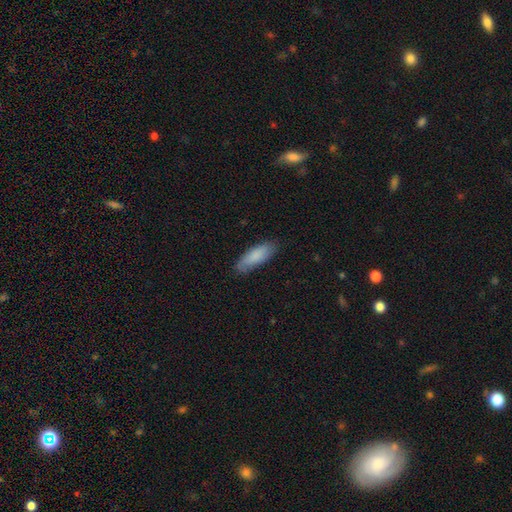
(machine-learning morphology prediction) type=smooth (84%); roundness=in between (58%); merging=none (82%).